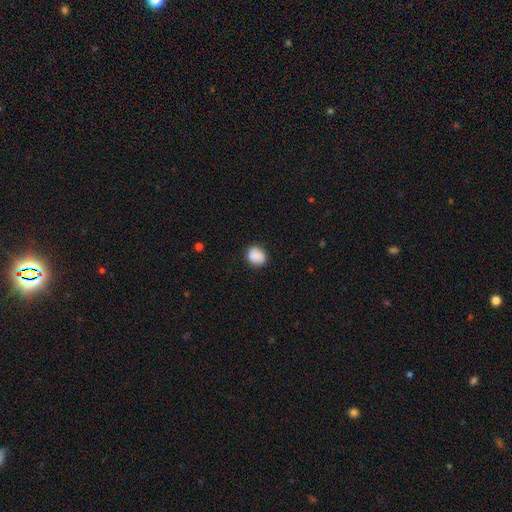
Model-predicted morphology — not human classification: This is clearly a smooth galaxy (87%). How rounded: possibly round (54%). Merging: clearly none (82%).